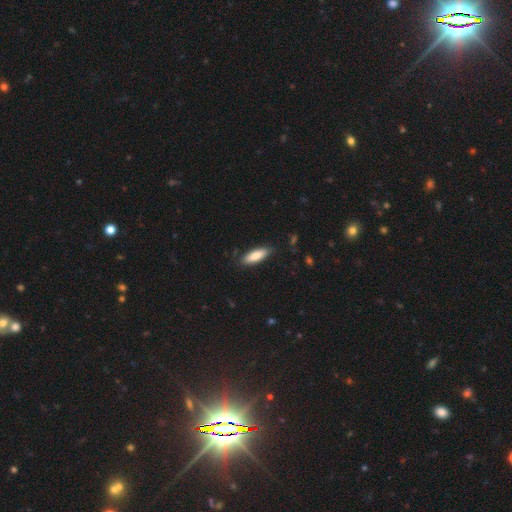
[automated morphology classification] This appears to be a smooth galaxy with no disk features (83%) that is in between round and cigar-shaped (56%). Merging: none (84%).